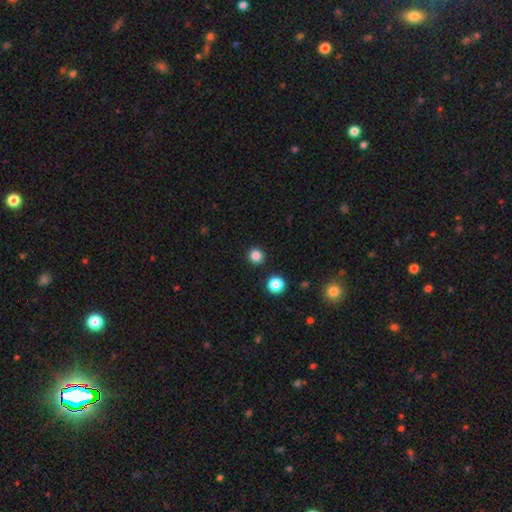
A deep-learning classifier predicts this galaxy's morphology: smooth 84%, star or artifact 13%, featured or disk 4%. Down the decision tree: how rounded — round (92%); merging — none (91%).